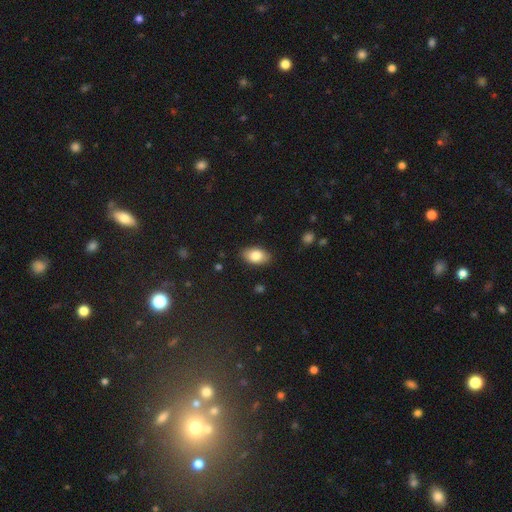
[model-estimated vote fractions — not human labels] A smooth galaxy with no disk features (83%) that is in between round and cigar-shaped (92%). Merging: none (86%).